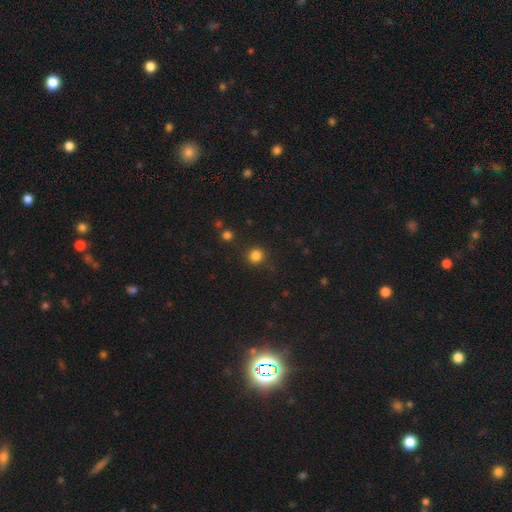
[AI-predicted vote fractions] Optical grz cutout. It shows a smooth galaxy with no disk features (83%) that is round (90%). Merging: none (86%).